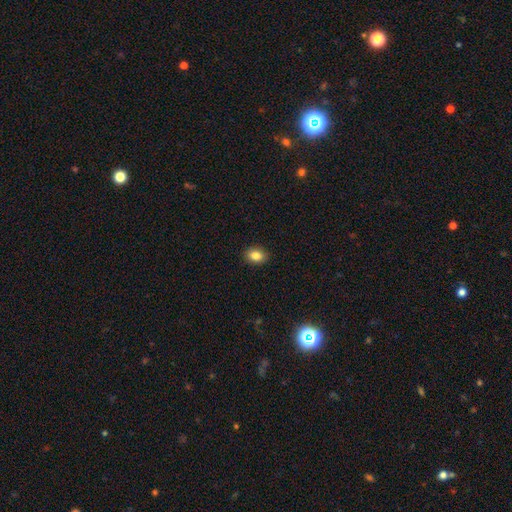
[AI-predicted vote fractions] This appears to be a smooth galaxy with no disk features (84%) that is in between round and cigar-shaped (65%). Merging: none (90%).